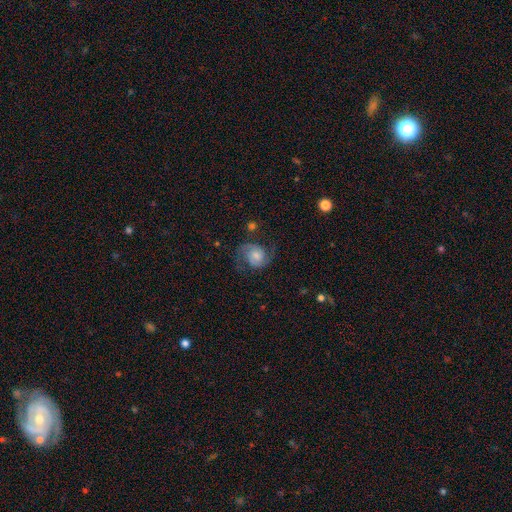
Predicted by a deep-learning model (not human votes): smooth_or_featured: featured or disk (p=0.79) [alt: smooth p=0.13]
disk_edge_on: no (p=0.98) [alt: yes p=0.02]
bar: no (p=0.64) [alt: weak p=0.30]
has_spiral_arms: yes (p=0.96) [alt: no p=0.04]
spiral_winding: medium (p=0.51) [alt: loose p=0.28]
spiral_arm_count: 2 (p=0.92) [alt: can't tell p=0.03]
bulge_size: small (p=0.39) [tied with: moderate p=0.39]
merging: none (p=0.72) [alt: minor disturbance p=0.17]